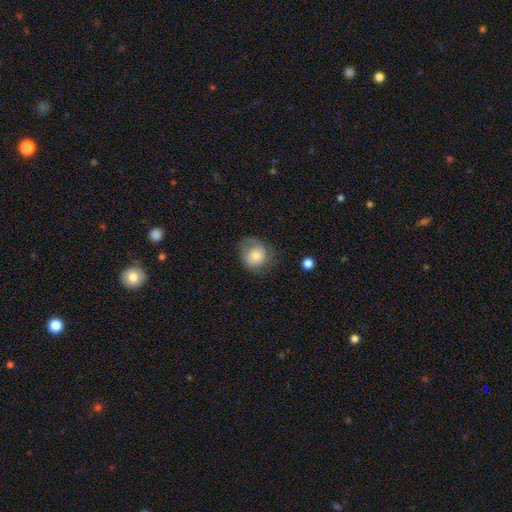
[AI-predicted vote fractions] This is likely a smooth galaxy (73%). How rounded: likely round (74%). Merging: possibly none (57%).